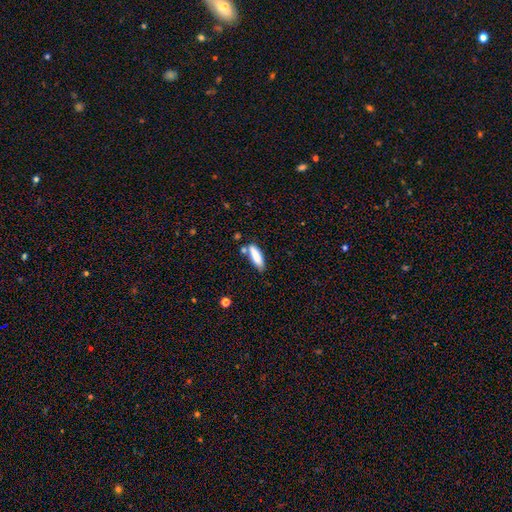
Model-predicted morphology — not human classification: This appears to be a smooth galaxy with no disk features (84%) that is cigar-shaped (50%). Merging: none (68%).